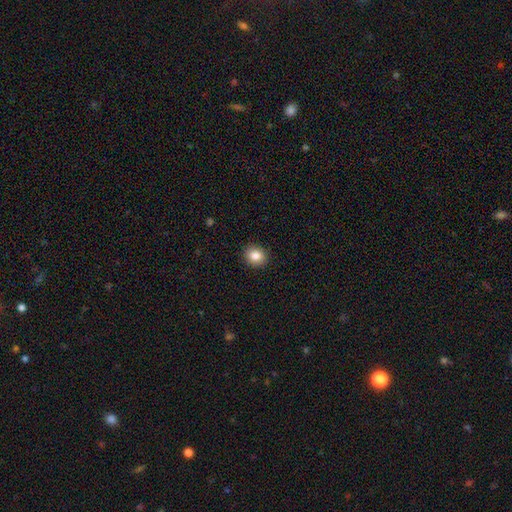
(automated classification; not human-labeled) Smooth or featured: smooth — 84% (star or artifact — 9%)
How rounded: round — 73% (in between — 27%)
Merging: none — 91% (minor disturbance — 6%)